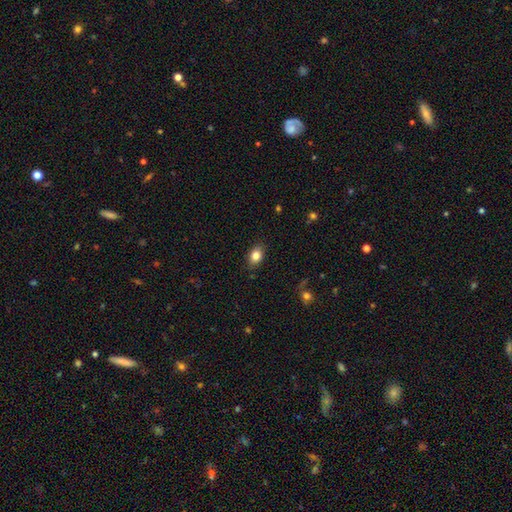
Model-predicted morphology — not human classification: A smooth galaxy with no disk features (83%) that is in between round and cigar-shaped (77%).

Vote fractions:
- Smooth or featured? smooth: 83% / star or artifact: 9% / featured or disk: 8%
- How rounded? in between: 77% / round: 21% / cigar-shaped: 2%
- Merging? none: 86% / minor disturbance: 11% / major disturbance: 2% / merger: 1%